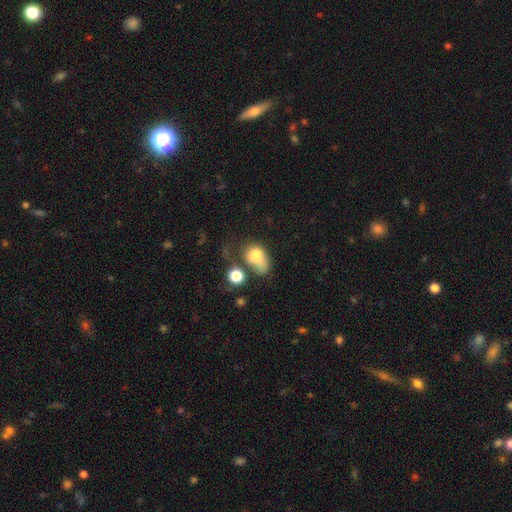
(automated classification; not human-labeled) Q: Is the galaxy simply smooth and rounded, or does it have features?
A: smooth — 73%.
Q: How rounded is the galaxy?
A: in between — 68%.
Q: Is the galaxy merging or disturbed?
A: major disturbance — 32%.